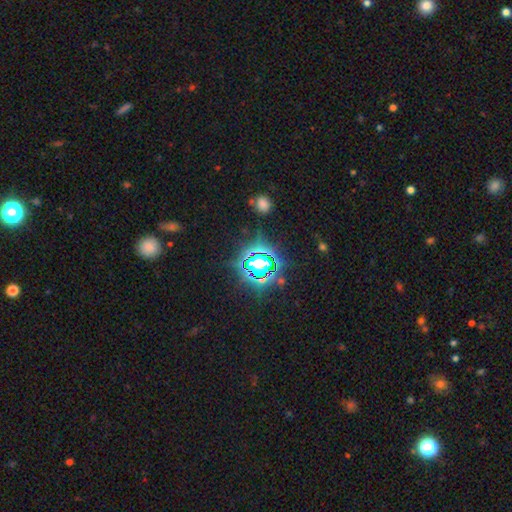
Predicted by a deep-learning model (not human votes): smooth_or_featured: star or artifact (p=0.75) [alt: smooth p=0.15]